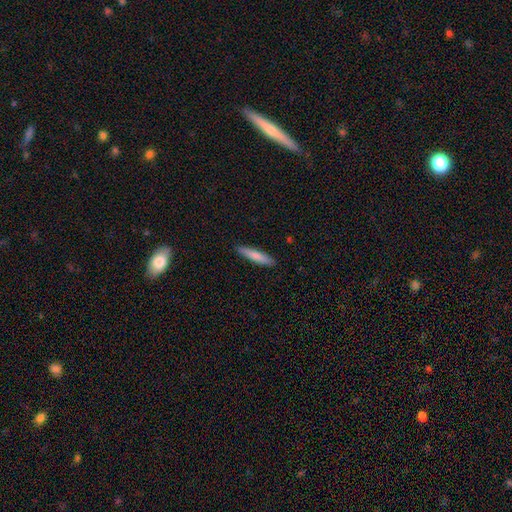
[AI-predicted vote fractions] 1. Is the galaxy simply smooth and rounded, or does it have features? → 79% smooth, 16% featured or disk, 5% star or artifact.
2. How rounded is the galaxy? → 88% cigar-shaped, 10% in between, 1% round.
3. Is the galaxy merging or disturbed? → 90% none, 7% minor disturbance, 2% major disturbance, 1% merger.